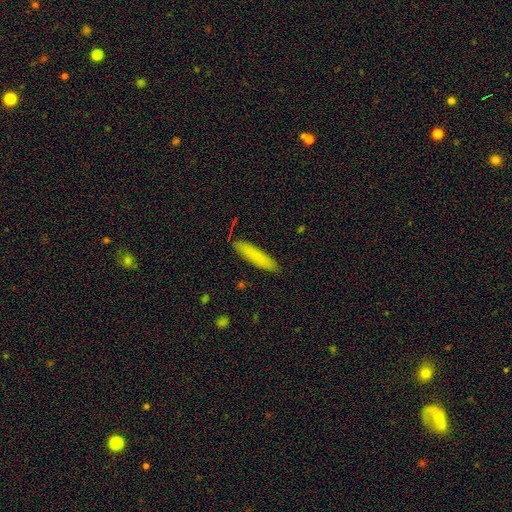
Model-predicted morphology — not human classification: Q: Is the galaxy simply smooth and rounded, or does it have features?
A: smooth — 79%.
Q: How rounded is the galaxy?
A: cigar-shaped — 86%.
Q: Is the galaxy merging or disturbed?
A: none — 88%.